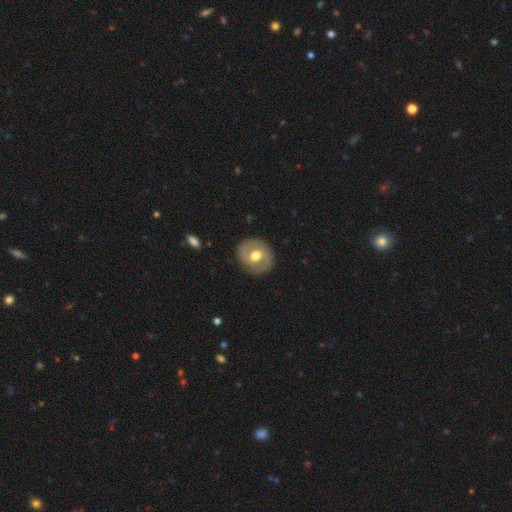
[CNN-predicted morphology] Q: Smooth or featured?
A: featured or disk (50%); runner-up: smooth (44%)
Q: Merging?
A: none (86%); runner-up: minor disturbance (10%)